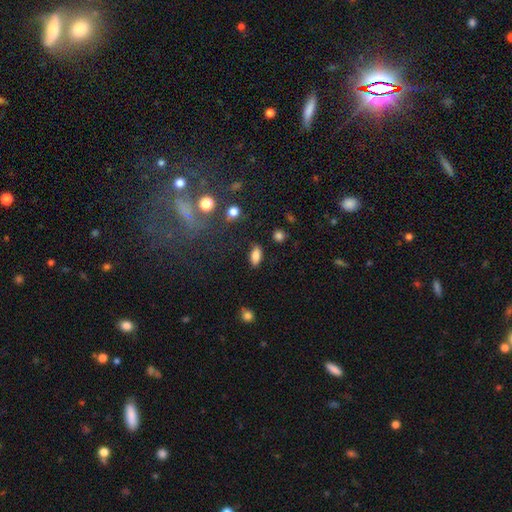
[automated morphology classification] The model was most divided on "merging": none: 85%, minor disturbance: 11%, major disturbance: 3%, merger: 2%. More confident: how rounded — in between (87%); smooth or featured — smooth (83%).